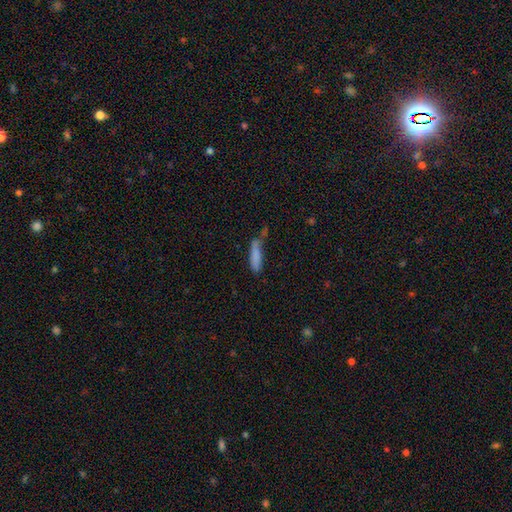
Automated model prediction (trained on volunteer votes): A smooth galaxy with no disk features (79%) that is cigar-shaped (72%). Merging: none (48%).